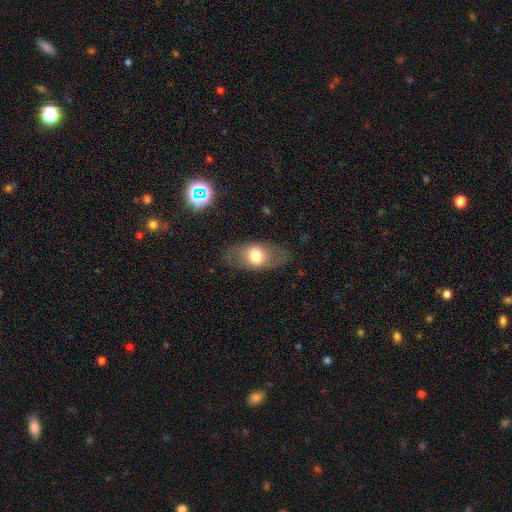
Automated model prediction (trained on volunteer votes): This is likely a smooth galaxy (65%). How rounded: clearly in between (85%). Merging: likely none (78%).